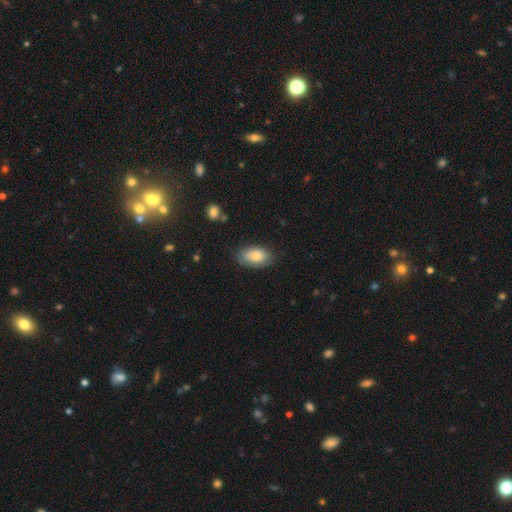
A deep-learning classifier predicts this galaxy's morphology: smooth-or-featured: smooth: 78% | featured or disk: 15% | star or artifact: 7%
  how-rounded: in between: 93% | round: 5% | cigar-shaped: 2%
  merging: none: 73% | minor disturbance: 21% | major disturbance: 4% | merger: 1%